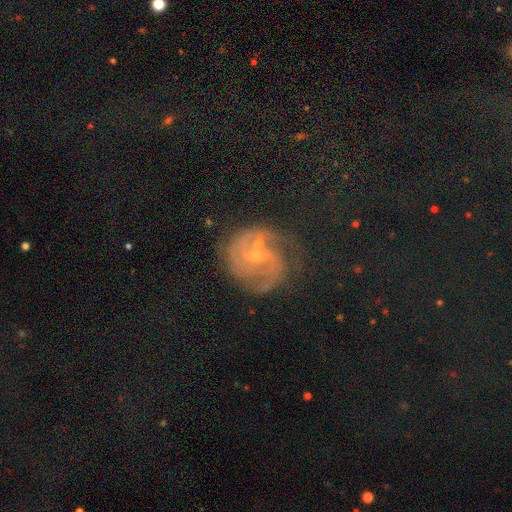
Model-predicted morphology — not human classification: The model was most divided on "bar": weak: 45%, no: 43%, strong: 12%. Remaining: edge-on disk — no (98%); spiral arms — yes (91%); smooth or featured — featured or disk (73%); bulge size — small (71%); merging — none (59%); spiral winding — tight (46%); spiral arm count — 2 (34%).